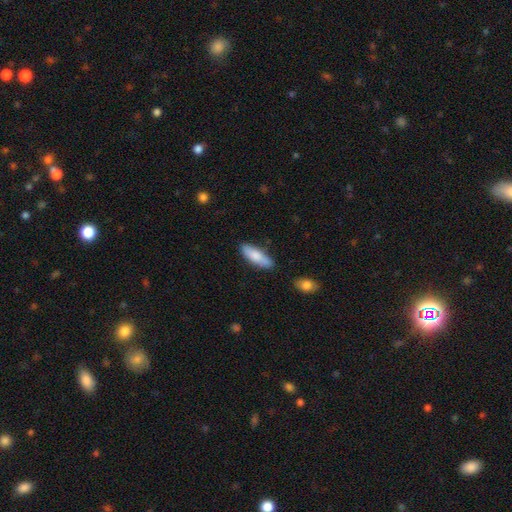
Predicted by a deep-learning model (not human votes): This is likely a smooth galaxy (80%). How rounded: possibly in between (57%). Merging: likely none (79%).